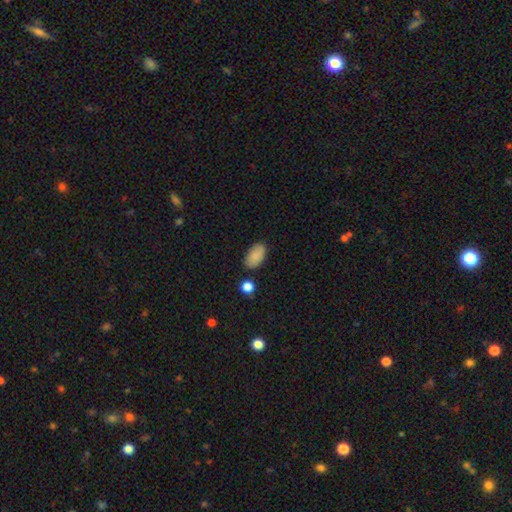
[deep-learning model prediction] A smooth galaxy with no disk features (88%) that is in between round and cigar-shaped (94%).

Vote fractions:
- Smooth or featured? smooth: 88% / star or artifact: 7% / featured or disk: 5%
- How rounded? in between: 94% / round: 4% / cigar-shaped: 2%
- Merging? none: 83% / minor disturbance: 11% / merger: 4% / major disturbance: 3%